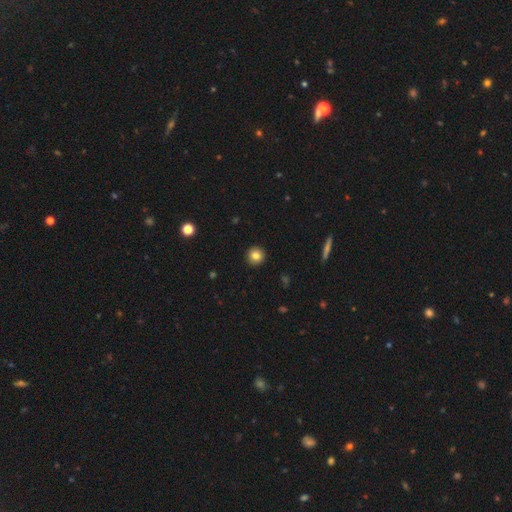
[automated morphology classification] smooth-or-featured: smooth: 83% | star or artifact: 10% | featured or disk: 7%
  how-rounded: round: 94% | in between: 5% | cigar-shaped: 1%
  merging: none: 93% | minor disturbance: 5% | major disturbance: 2% | merger: 1%